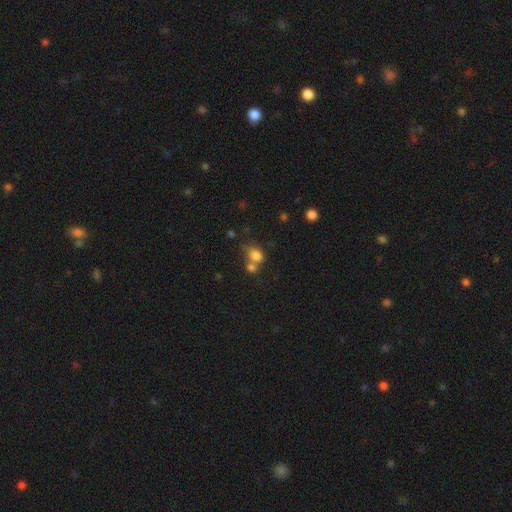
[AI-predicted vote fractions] Smooth or featured: smooth — 79% (star or artifact — 12%)
How rounded: round — 61% (in between — 38%)
Merging: merger — 43% (none — 41%)